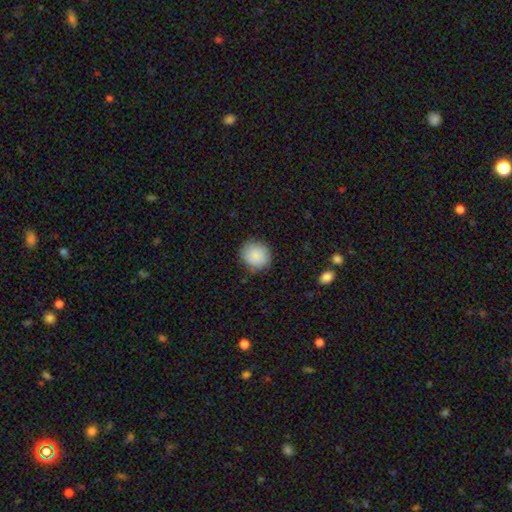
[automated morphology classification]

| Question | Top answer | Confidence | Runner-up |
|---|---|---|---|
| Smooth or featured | smooth | 87% | star or artifact (7%) |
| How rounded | round | 82% | in between (17%) |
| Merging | none | 81% | minor disturbance (14%) |